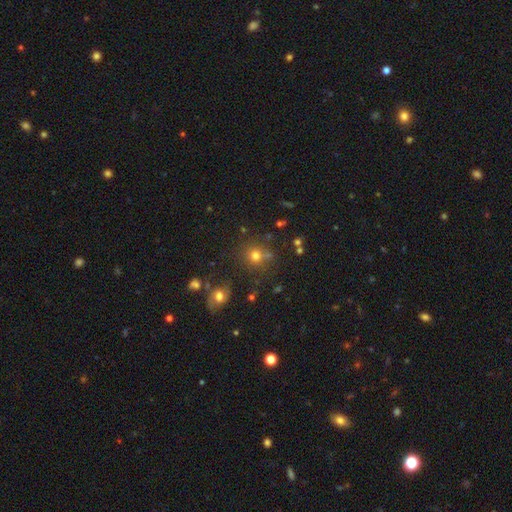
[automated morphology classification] A smooth galaxy with no disk features (72%) that is round (89%).

Vote fractions:
- Smooth or featured? smooth: 72% / star or artifact: 20% / featured or disk: 9%
- How rounded? round: 89% / in between: 10% / cigar-shaped: 1%
- Merging? none: 74% / merger: 12% / minor disturbance: 10% / major disturbance: 4%